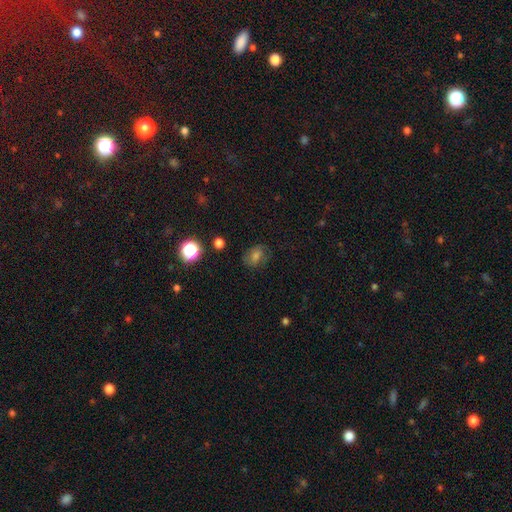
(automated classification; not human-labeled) smooth 54%, star or artifact 25%, featured or disk 21%. Down the decision tree: how rounded — in between (59%); merging — none (76%).